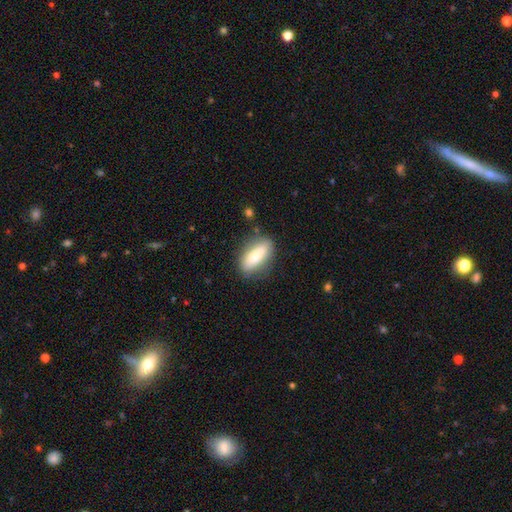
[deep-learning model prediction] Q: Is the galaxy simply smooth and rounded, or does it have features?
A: smooth — 72%.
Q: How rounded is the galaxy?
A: in between — 69%.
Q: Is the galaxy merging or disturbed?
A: none — 80%.